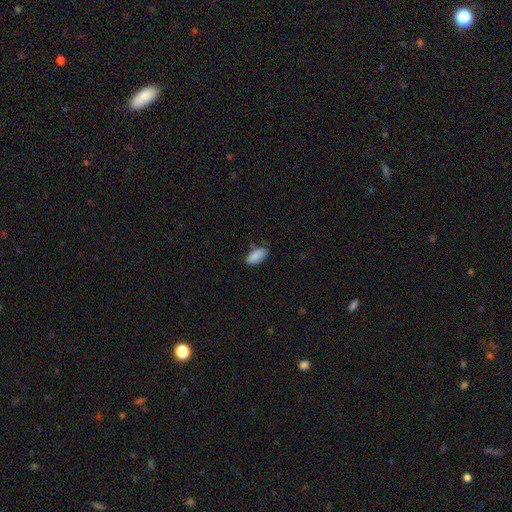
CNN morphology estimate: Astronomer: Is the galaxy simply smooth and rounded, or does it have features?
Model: smooth — 88%.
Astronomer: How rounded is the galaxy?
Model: in between — 91%.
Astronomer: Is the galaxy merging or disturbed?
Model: none — 68%.